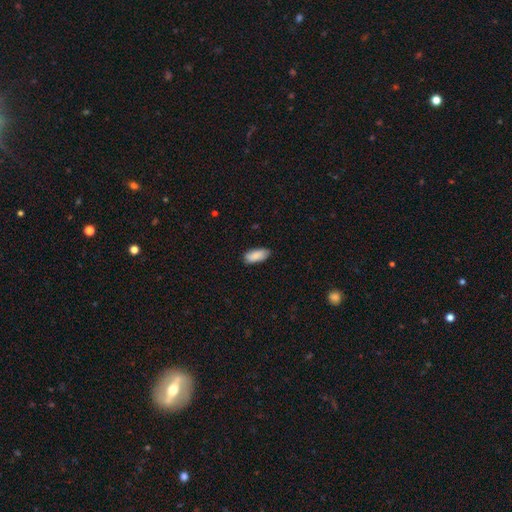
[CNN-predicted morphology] smooth 89%, star or artifact 6%, featured or disk 5%. Down the decision tree: how rounded — in between (88%); merging — none (81%).